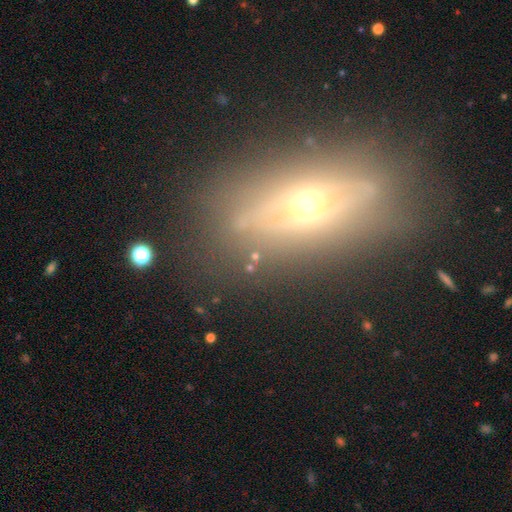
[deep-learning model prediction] Smooth or featured? featured or disk (47%)
Merging? none (71%)